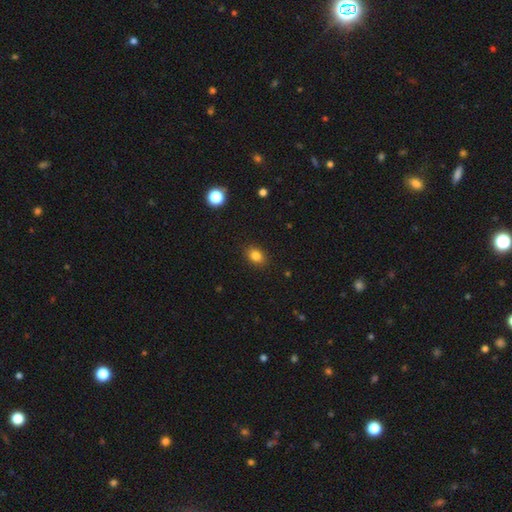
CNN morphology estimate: Smooth or featured: smooth — 83% (star or artifact — 11%)
How rounded: in between — 66% (round — 33%)
Merging: none — 88% (minor disturbance — 8%)